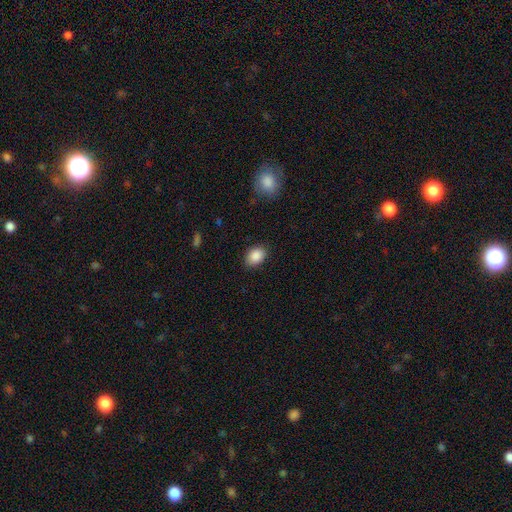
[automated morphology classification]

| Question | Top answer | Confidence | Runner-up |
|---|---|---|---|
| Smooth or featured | smooth | 88% | star or artifact (8%) |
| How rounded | in between | 76% | round (22%) |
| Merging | none | 85% | minor disturbance (12%) |